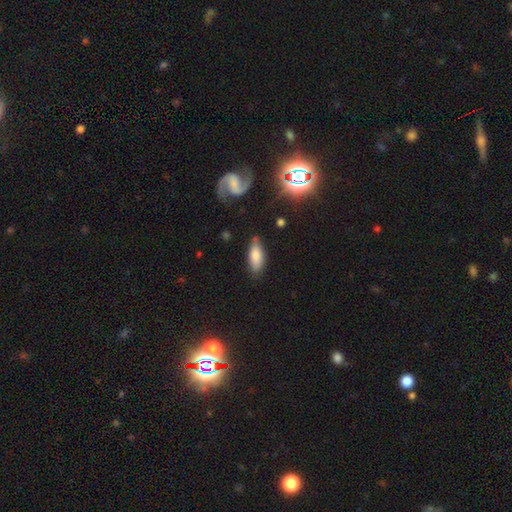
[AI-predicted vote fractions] The model was most divided on "merging": none: 73%, minor disturbance: 20%, major disturbance: 4%, merger: 3%. More confident: smooth or featured — smooth (80%); how rounded — in between (78%).